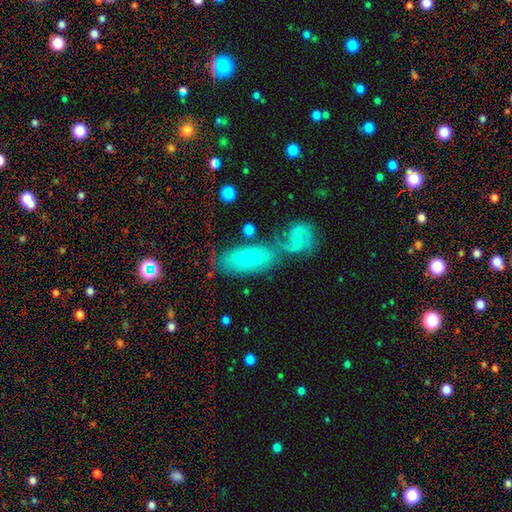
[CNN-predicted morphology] Smooth or featured: smooth — 56% (featured or disk — 36%)
How rounded: in between — 85% (cigar-shaped — 8%)
Merging: none — 42% (merger — 37%)